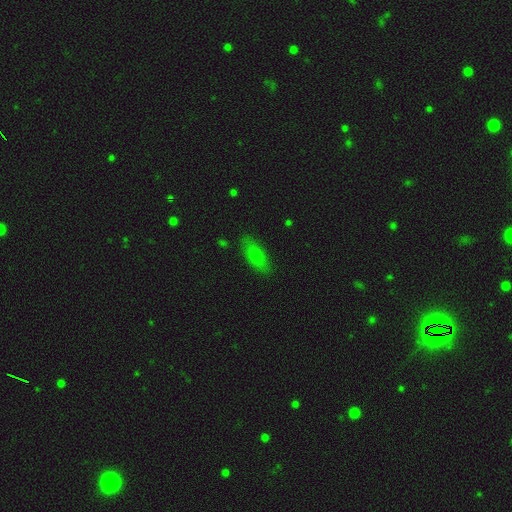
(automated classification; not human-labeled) The model was most divided on "smooth or featured": smooth: 72%, featured or disk: 18%, star or artifact: 9%. More confident: merging — none (82%); how rounded — in between (77%).